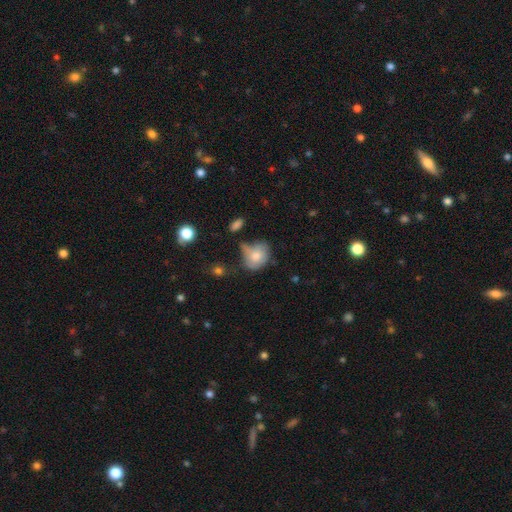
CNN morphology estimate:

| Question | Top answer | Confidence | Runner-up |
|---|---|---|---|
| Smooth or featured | smooth | 71% | featured or disk (20%) |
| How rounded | round | 54% | in between (45%) |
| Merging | none | 40% | minor disturbance (34%) |